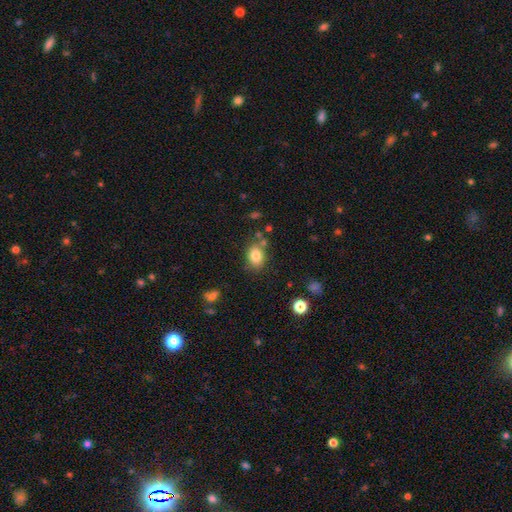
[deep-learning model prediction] Smooth or featured? smooth (82%)
How rounded? in between (72%)
Merging? none (73%)